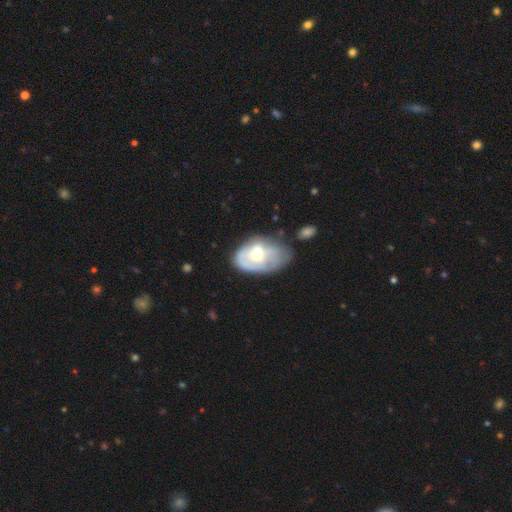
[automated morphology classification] featured or disk 49%, smooth 44%, star or artifact 7%. Down the decision tree: merging — minor disturbance (33%).